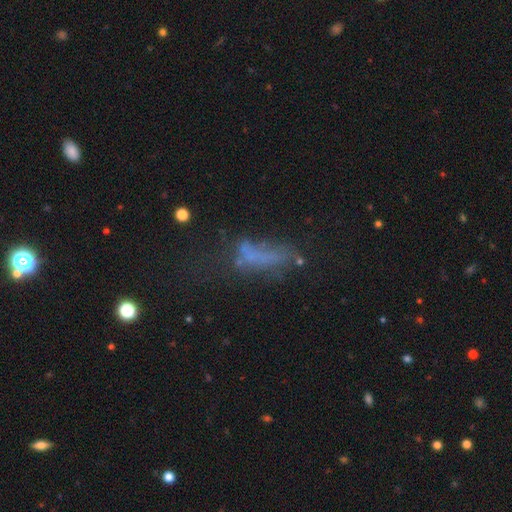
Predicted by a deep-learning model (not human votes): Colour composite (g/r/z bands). It shows a smooth galaxy with no disk features (42%). Merging: major disturbance (36%).